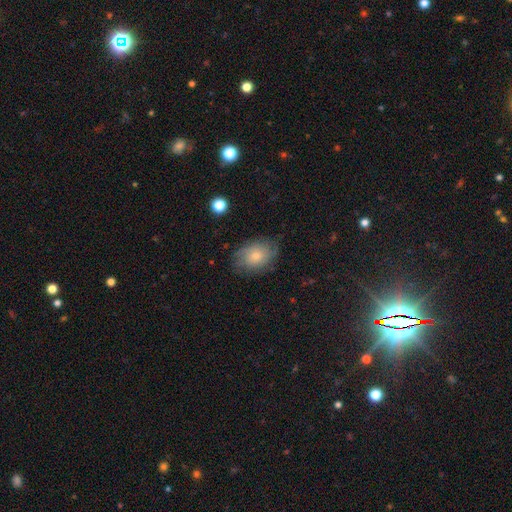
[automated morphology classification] Smooth or featured?
  - smooth: 65% *
  - featured or disk: 27%
  - star or artifact: 8%
How rounded?
  - in between: 72% *
  - round: 27%
  - cigar-shaped: 1%
Merging?
  - none: 69% *
  - minor disturbance: 22%
  - major disturbance: 7%
  - merger: 1%